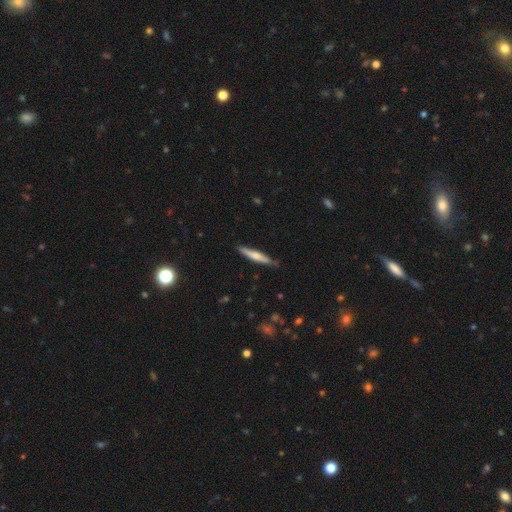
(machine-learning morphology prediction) Smooth or featured? Predicted: featured or disk (p=0.48). Merging? Predicted: none (p=0.83).